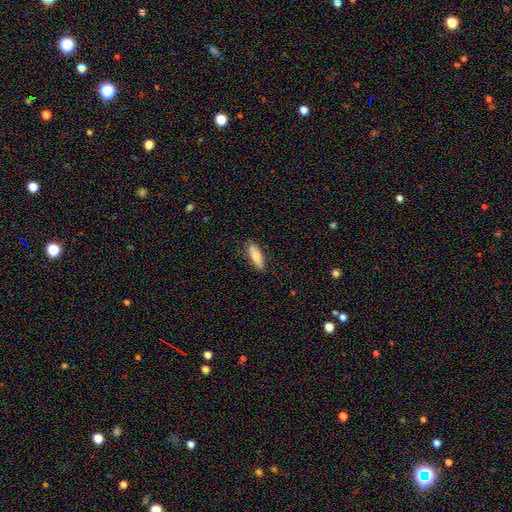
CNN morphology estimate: Smooth or featured? Predicted: smooth (p=0.81). How rounded? Predicted: cigar-shaped (p=0.51). Merging? Predicted: none (p=0.82).